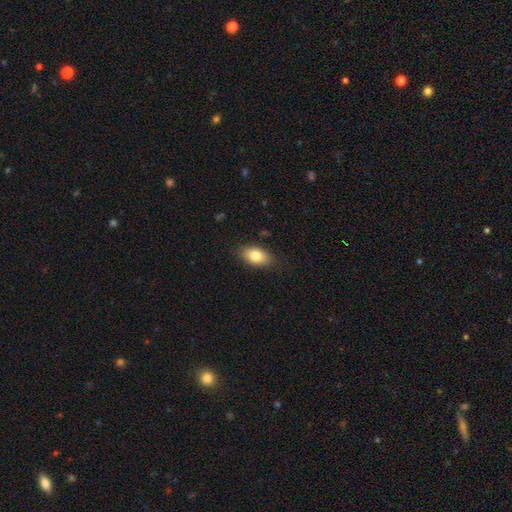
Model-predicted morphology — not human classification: A smooth galaxy with no disk features (81%) that is in between round and cigar-shaped (91%). Merging: none (85%).